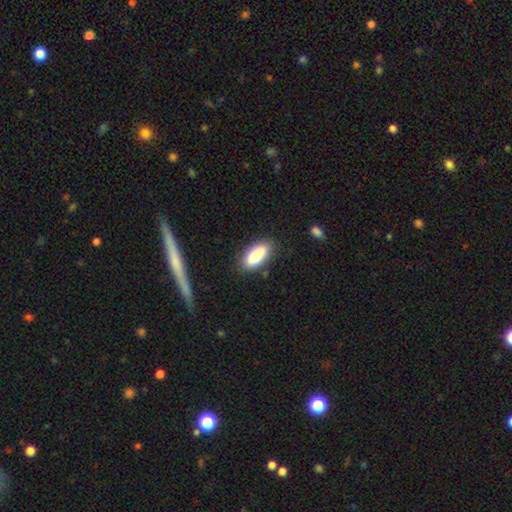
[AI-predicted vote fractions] Smooth or featured? Predicted: smooth (p=0.84). How rounded? Predicted: in between (p=0.83). Merging? Predicted: none (p=0.83).